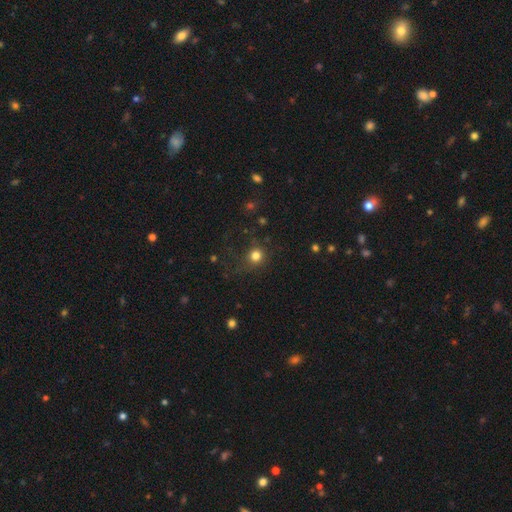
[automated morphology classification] This is likely a smooth galaxy (78%). How rounded: clearly round (91%). Merging: likely none (76%).